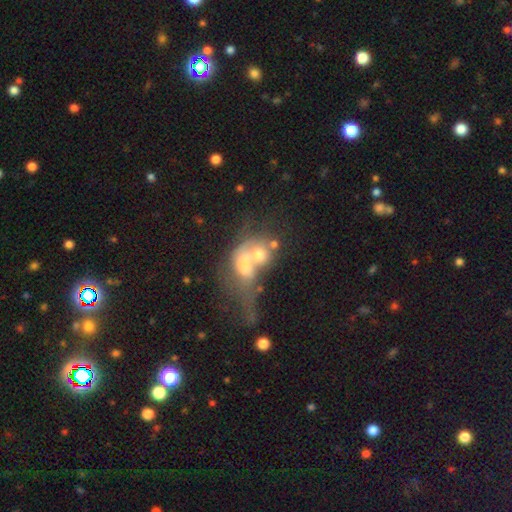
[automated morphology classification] smooth-or-featured: featured or disk: 44% | smooth: 43% | star or artifact: 13%
  merging: merger: 67% | major disturbance: 18% | none: 9% | minor disturbance: 6%